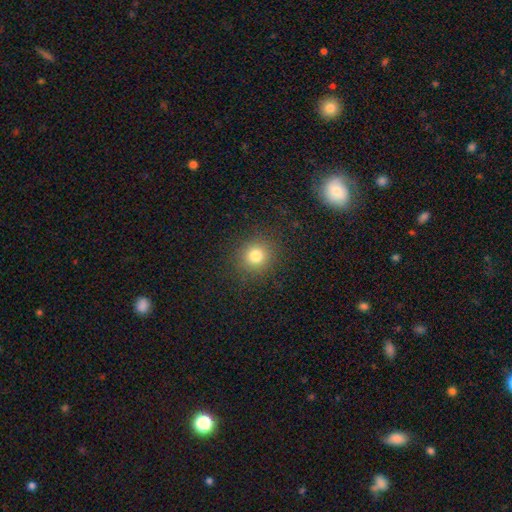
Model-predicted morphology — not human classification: Smooth or featured?
  - smooth: 79% *
  - star or artifact: 14%
  - featured or disk: 7%
How rounded?
  - round: 88% *
  - in between: 11%
  - cigar-shaped: 1%
Merging?
  - none: 89% *
  - minor disturbance: 7%
  - major disturbance: 3%
  - merger: 1%